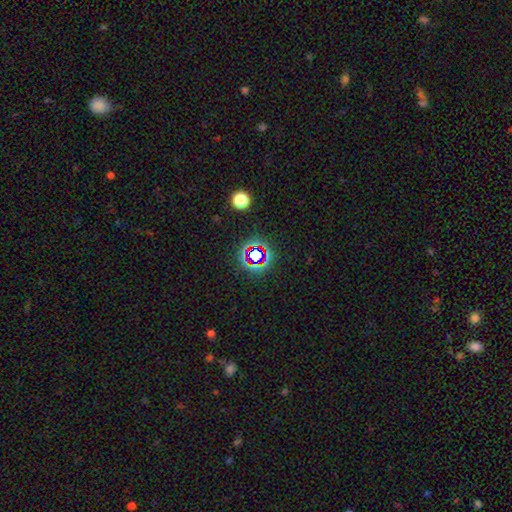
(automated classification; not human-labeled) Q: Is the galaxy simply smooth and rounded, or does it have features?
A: star or artifact — 69%.